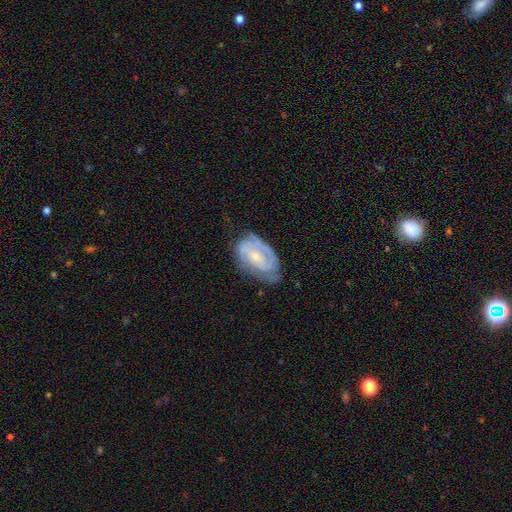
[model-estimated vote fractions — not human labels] This appears to be a featured or disk galaxy (78%) with no bar (56%), 2 (47%) tight (60%) spiral arms (88%) and a small central bulge (65%). Merging: none (57%).